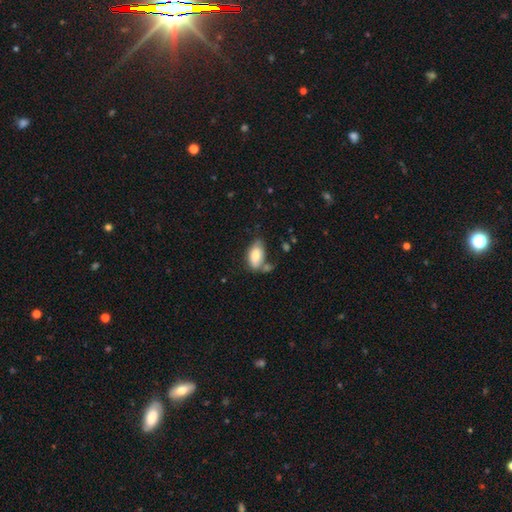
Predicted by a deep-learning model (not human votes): Smooth or featured: smooth — 77% (featured or disk — 16%)
How rounded: in between — 92% (round — 4%)
Merging: none — 48% (minor disturbance — 25%)